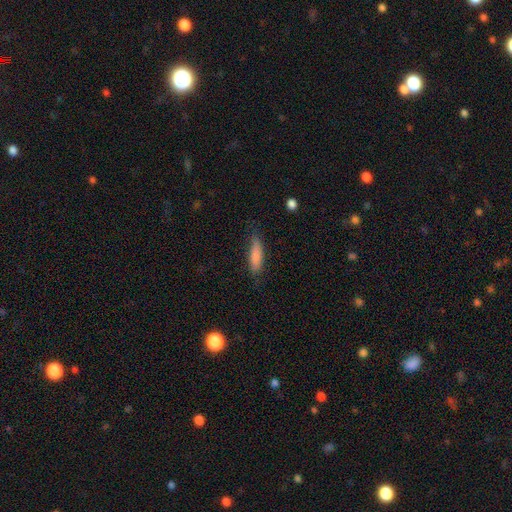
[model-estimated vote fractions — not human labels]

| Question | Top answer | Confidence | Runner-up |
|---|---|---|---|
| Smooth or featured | smooth | 82% | featured or disk (12%) |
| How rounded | cigar-shaped | 62% | in between (36%) |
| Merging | none | 75% | minor disturbance (19%) |